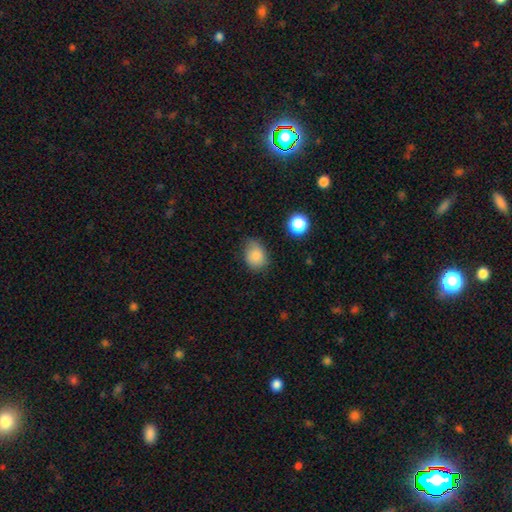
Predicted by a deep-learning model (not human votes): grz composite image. It shows a smooth galaxy with no disk features (85%) that is in between round and cigar-shaped (60%). Merging: none (63%).